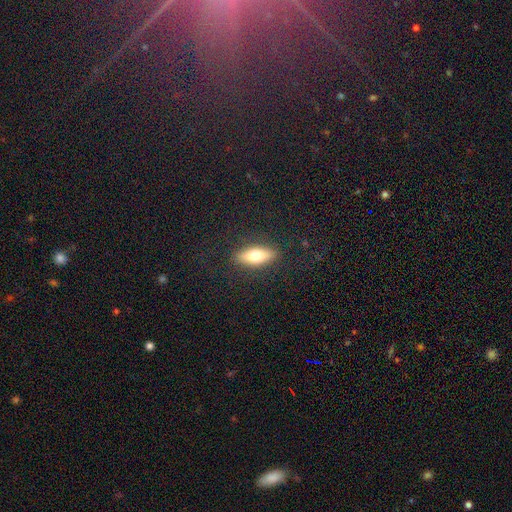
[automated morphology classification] Smooth or featured? smooth (69%)
How rounded? in between (65%)
Merging? none (88%)